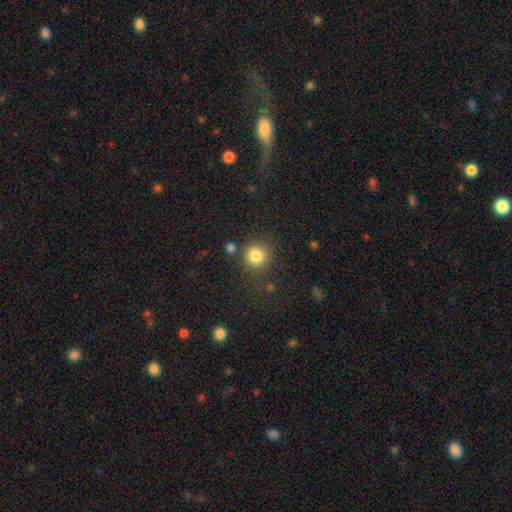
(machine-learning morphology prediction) The model was most divided on "merging": none: 80%, minor disturbance: 10%, merger: 6%, major disturbance: 4%. More confident: how rounded — round (92%); smooth or featured — smooth (83%).